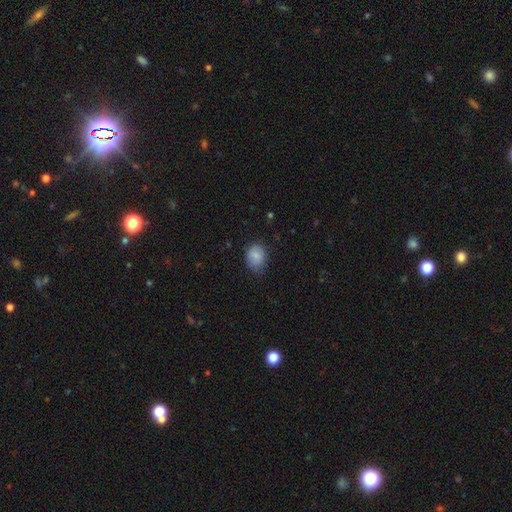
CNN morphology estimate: Overall: smooth (84%). How rounded: in between (59%; round 40%). Merging: none (69%).